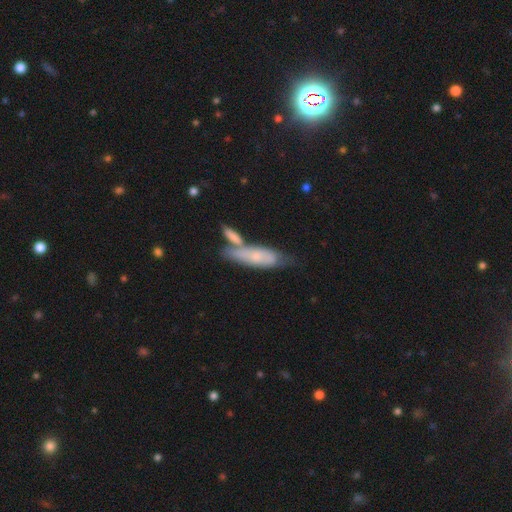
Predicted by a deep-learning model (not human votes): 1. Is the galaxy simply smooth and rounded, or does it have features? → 54% smooth, 39% featured or disk, 8% star or artifact.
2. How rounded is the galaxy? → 49% cigar-shaped, 48% in between, 3% round.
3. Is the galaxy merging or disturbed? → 41% none, 33% merger, 19% minor disturbance, 7% major disturbance.